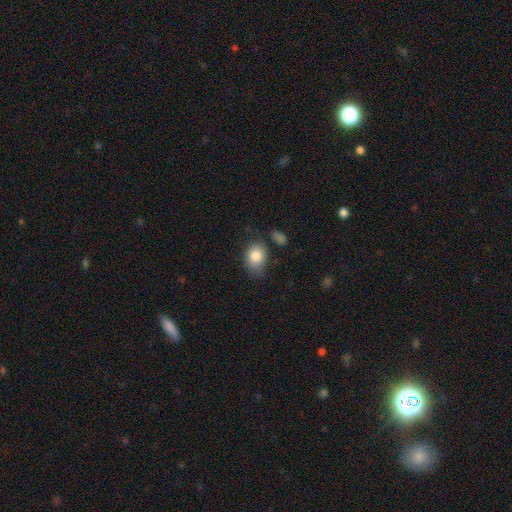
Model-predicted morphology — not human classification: type=smooth (83%); roundness=in between (67%); merging=none (63%).